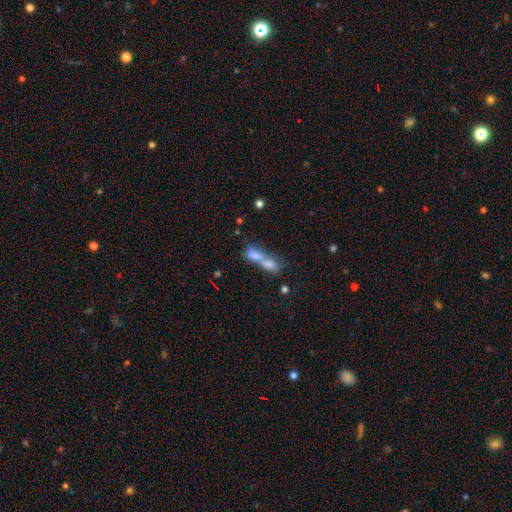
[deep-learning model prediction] Overall: smooth (71%). How rounded: in between (65%). Merging: merger (75%).